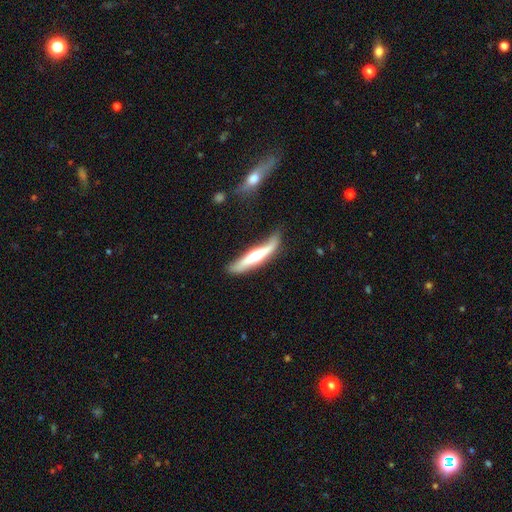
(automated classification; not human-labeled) Morphology: type=featured or disk (61%); edge-on=yes (87%); edge-on bulge=rounded (86%); merging=none (64%).